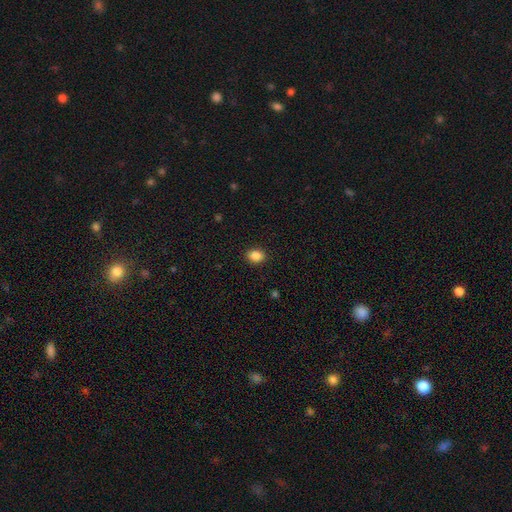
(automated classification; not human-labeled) Smooth or featured? smooth (88%)
How rounded? in between (58%)
Merging? none (90%)